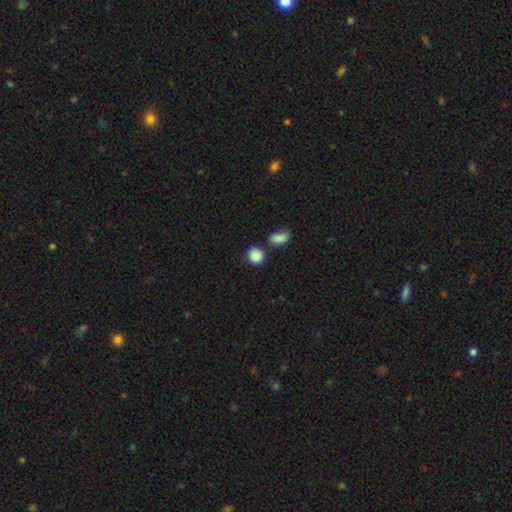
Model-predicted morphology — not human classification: This appears to be a smooth galaxy with no disk features (88%) that is round (79%). Merging: none (71%).